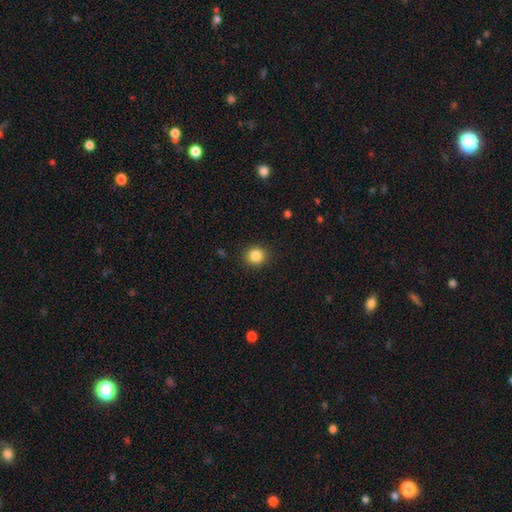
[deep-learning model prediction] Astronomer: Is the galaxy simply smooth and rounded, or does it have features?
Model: smooth — 85%.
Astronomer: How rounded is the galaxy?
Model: round — 90%.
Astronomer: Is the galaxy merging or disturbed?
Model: none — 91%.